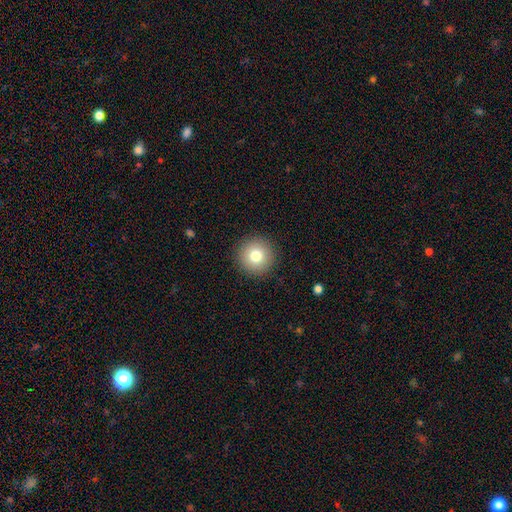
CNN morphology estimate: type=smooth (78%); roundness=round (96%); merging=none (92%).